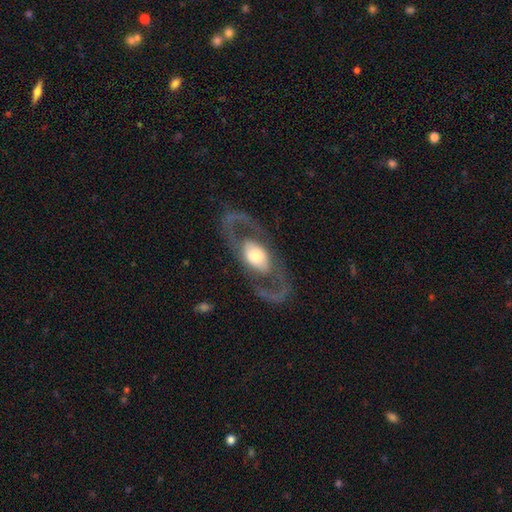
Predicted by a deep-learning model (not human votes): Q: Smooth or featured?
A: featured or disk (78%); runner-up: smooth (18%)
Q: Edge-on disk?
A: no (90%); runner-up: yes (10%)
Q: Bar?
A: no (69%); runner-up: weak (20%)
Q: Spiral arms?
A: yes (66%); runner-up: no (34%)
Q: Bulge size?
A: moderate (50%); runner-up: large (35%)
Q: Merging?
A: none (76%); runner-up: major disturbance (12%)